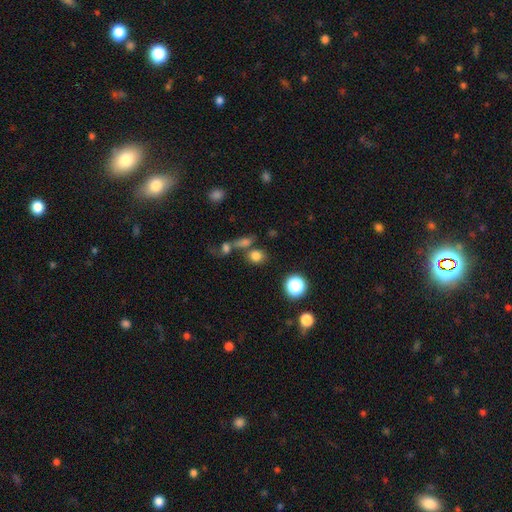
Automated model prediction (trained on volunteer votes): Q: Smooth or featured?
A: smooth (77%); runner-up: star or artifact (16%)
Q: How rounded?
A: round (69%); runner-up: in between (29%)
Q: Merging?
A: none (64%); runner-up: merger (20%)